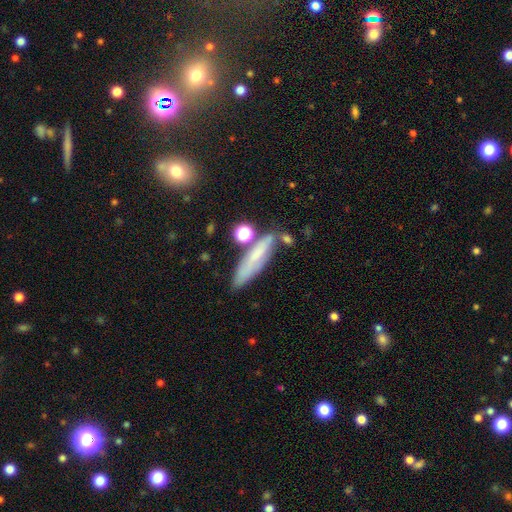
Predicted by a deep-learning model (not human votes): A smooth galaxy with no disk features (59%) that is cigar-shaped (73%). Merging: none (62%).